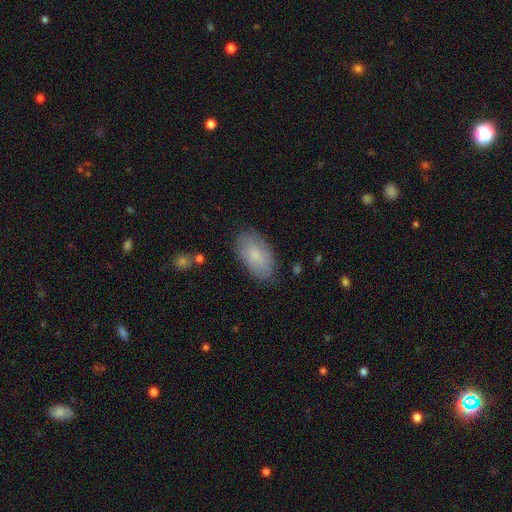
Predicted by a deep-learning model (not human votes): Morphology: type=smooth (75%); roundness=in between (94%); merging=none (81%).